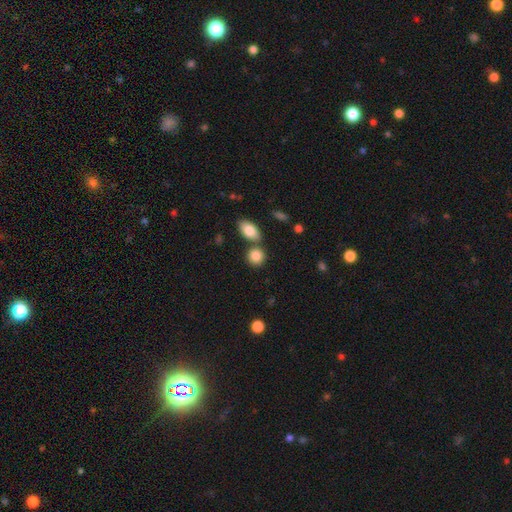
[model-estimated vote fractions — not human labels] This appears to be a smooth galaxy with no disk features (86%) that is round (72%). Merging: none (66%).